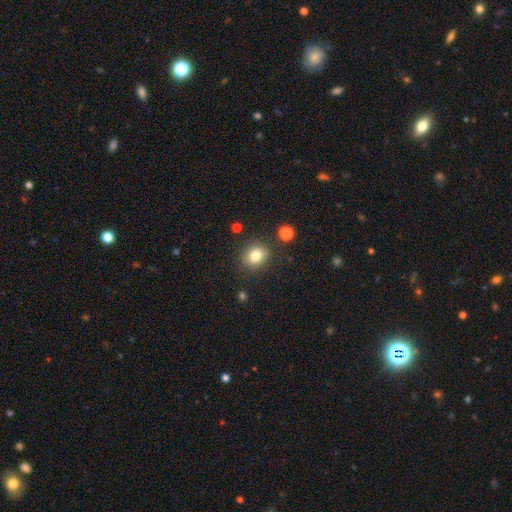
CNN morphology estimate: smooth-or-featured: smooth: 80% | star or artifact: 11% | featured or disk: 8%
  how-rounded: round: 71% | in between: 28% | cigar-shaped: 1%
  merging: none: 84% | minor disturbance: 10% | major disturbance: 3% | merger: 3%